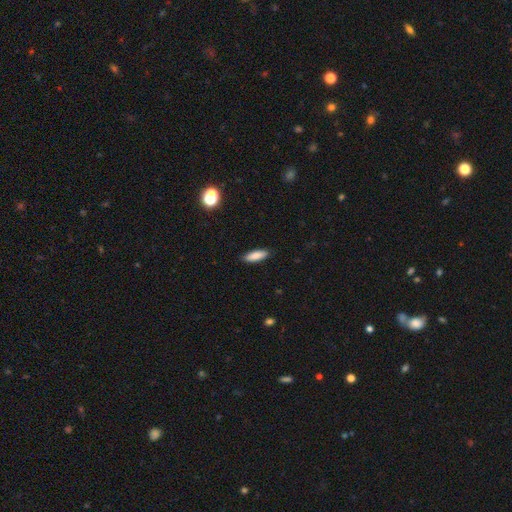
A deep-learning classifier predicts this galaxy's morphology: smooth_or_featured: smooth (p=0.86) [alt: featured or disk p=0.07]
how_rounded: in between (p=0.51) [alt: cigar-shaped p=0.47]
merging: none (p=0.89) [alt: minor disturbance p=0.08]